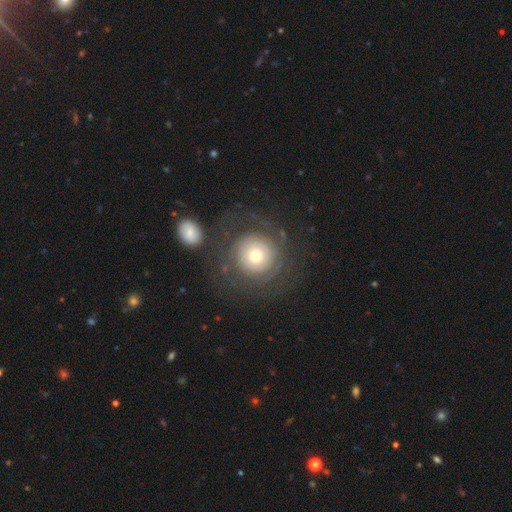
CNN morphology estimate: The model was most divided on "smooth or featured": featured or disk: 52%, smooth: 39%, star or artifact: 9%. More confident: edge-on disk — no (97%); bar — no (88%); merging — none (69%); spiral arms — yes (69%); bulge size — moderate (53%).